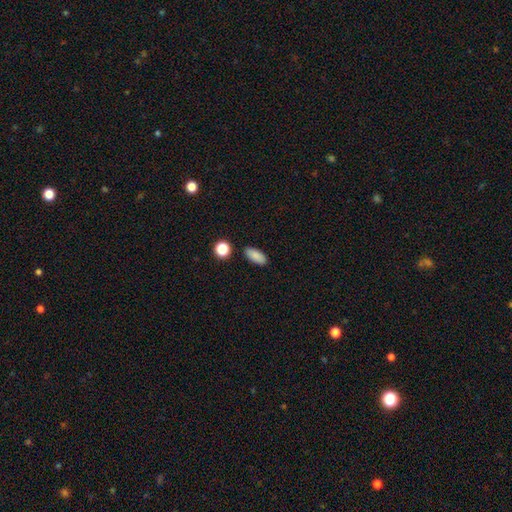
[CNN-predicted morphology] The model was most divided on "how rounded": in between: 87%, cigar-shaped: 9%, round: 4%. More confident: merging — none (87%); smooth or featured — smooth (86%).